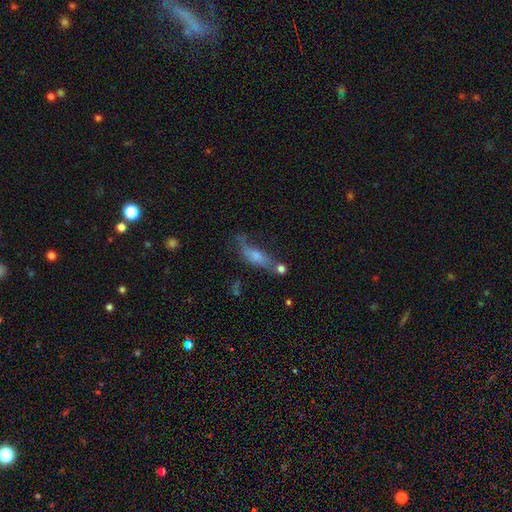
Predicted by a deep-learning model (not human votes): A smooth galaxy with no disk features (45%). Merging: none (42%).